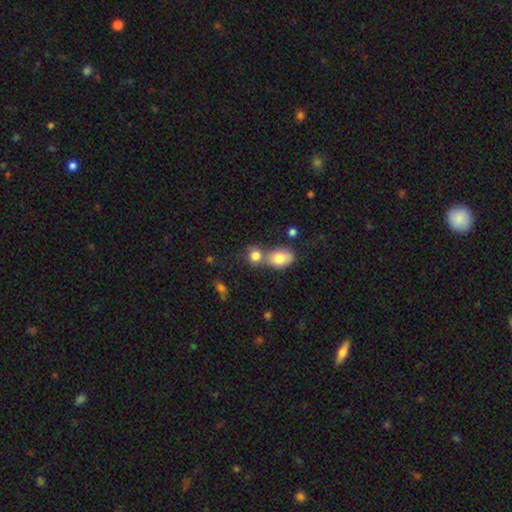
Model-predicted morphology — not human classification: Smooth or featured: smooth — 80% (featured or disk — 10%)
How rounded: round — 63% (in between — 35%)
Merging: merger — 49% (none — 37%)